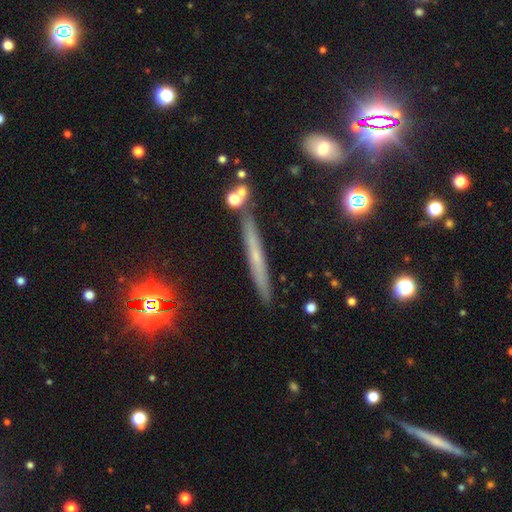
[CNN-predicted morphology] This appears to be a featured or disk galaxy (50%) viewed edge-on (93%). Merging: none (86%).